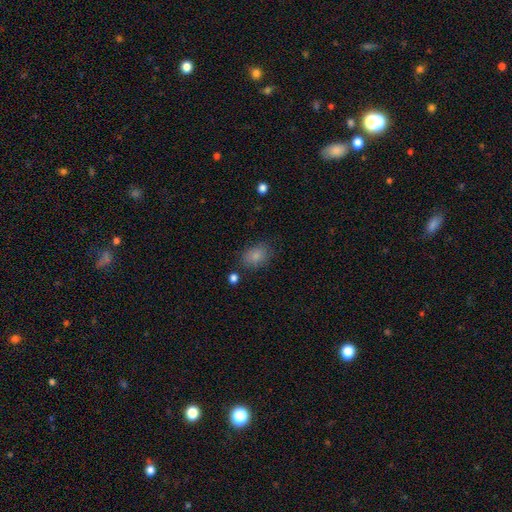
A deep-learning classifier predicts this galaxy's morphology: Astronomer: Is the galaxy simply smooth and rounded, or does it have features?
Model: smooth — 84%.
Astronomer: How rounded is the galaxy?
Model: in between — 72%.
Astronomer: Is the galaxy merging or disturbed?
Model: none — 77%.